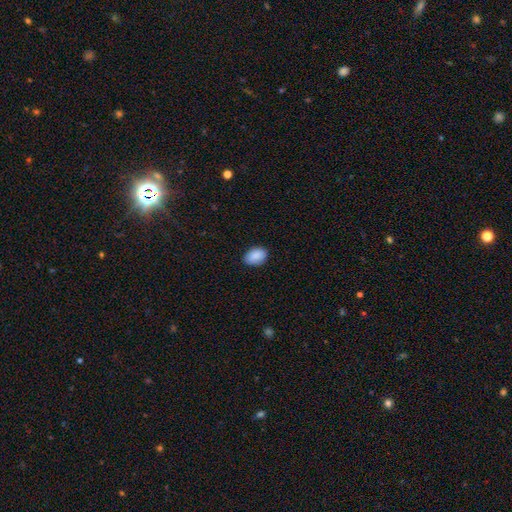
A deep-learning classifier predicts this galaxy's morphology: Smooth or featured: smooth — 90% (star or artifact — 7%)
How rounded: in between — 82% (round — 16%)
Merging: none — 85% (minor disturbance — 12%)